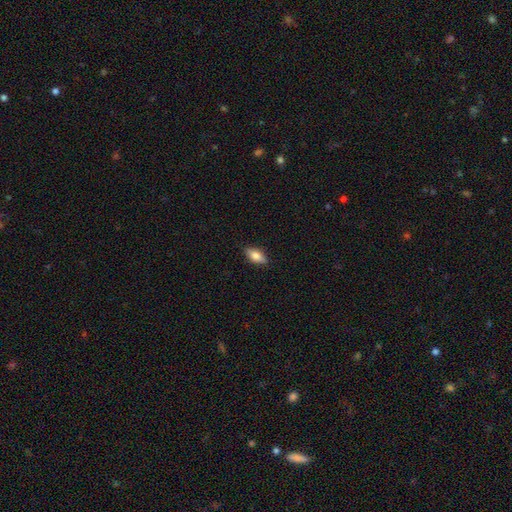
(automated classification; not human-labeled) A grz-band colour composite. It shows a smooth galaxy with no disk features (76%) that is in between round and cigar-shaped (84%). Merging: none (87%).